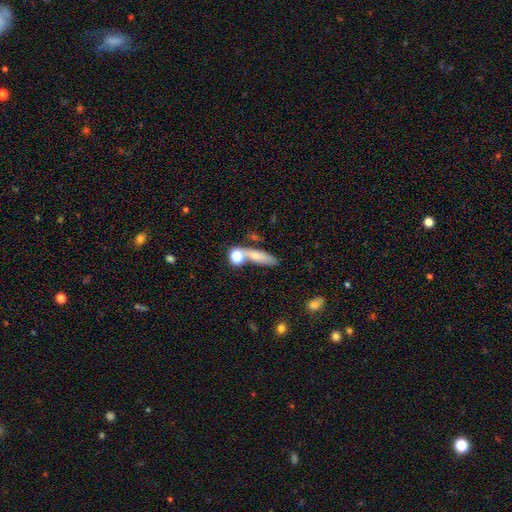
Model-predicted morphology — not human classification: A smooth galaxy with no disk features (69%) that is cigar-shaped (54%). Merging: none (59%).